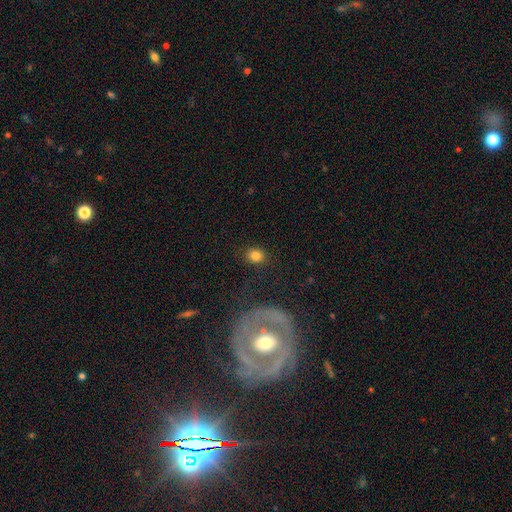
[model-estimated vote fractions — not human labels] Smooth or featured? smooth (82%)
How rounded? round (59%)
Merging? none (85%)